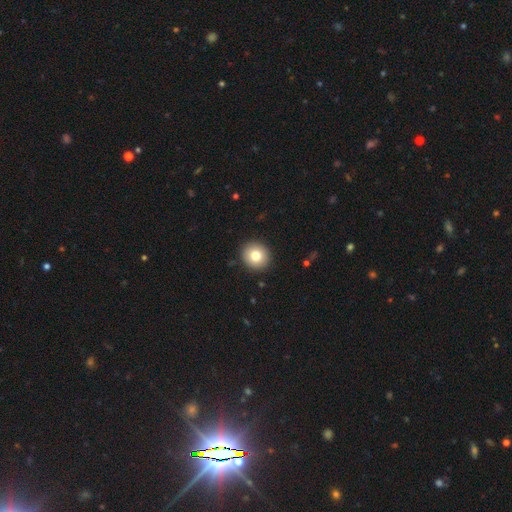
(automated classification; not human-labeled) Smooth or featured: smooth — 79% (featured or disk — 11%)
How rounded: round — 89% (in between — 10%)
Merging: none — 92% (minor disturbance — 5%)